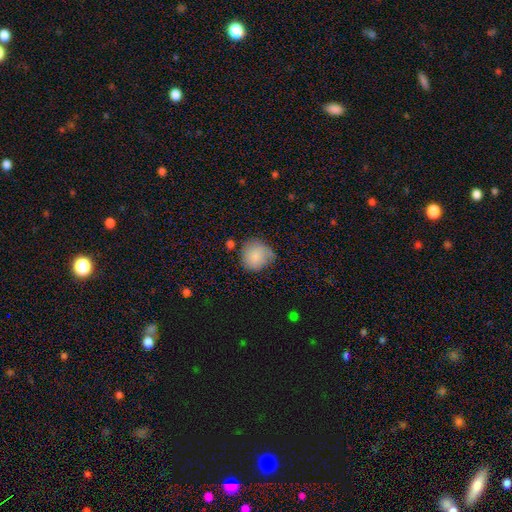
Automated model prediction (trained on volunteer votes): A smooth galaxy with no disk features (83%) that is round (88%).

Vote fractions:
- Smooth or featured? smooth: 83% / featured or disk: 9% / star or artifact: 8%
- How rounded? round: 88% / in between: 11% / cigar-shaped: 1%
- Merging? none: 64% / minor disturbance: 25% / major disturbance: 6% / merger: 4%